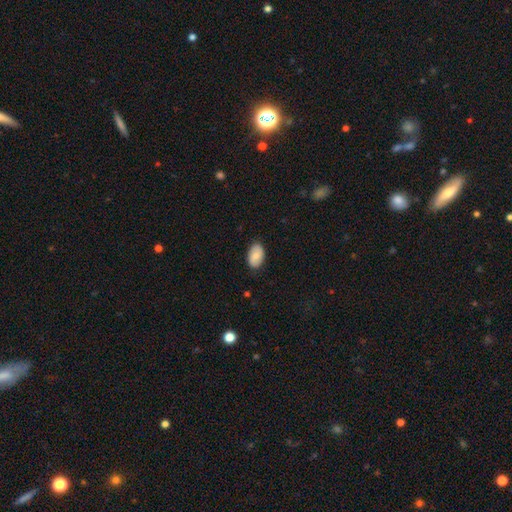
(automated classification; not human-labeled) Morphology: type=smooth (79%); roundness=in between (93%); merging=none (84%).